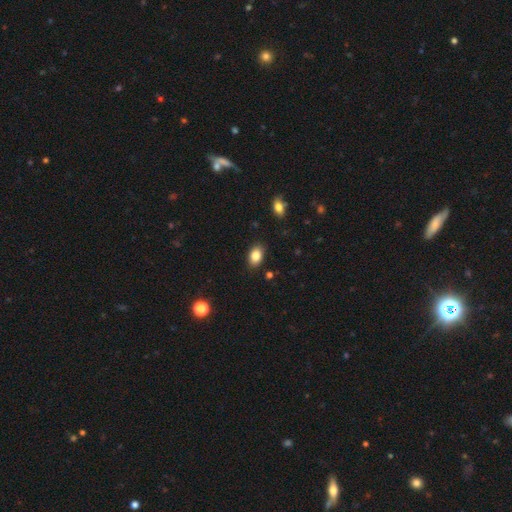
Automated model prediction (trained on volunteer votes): This appears to be a smooth galaxy with no disk features (84%) that is in between round and cigar-shaped (82%). Merging: none (85%).